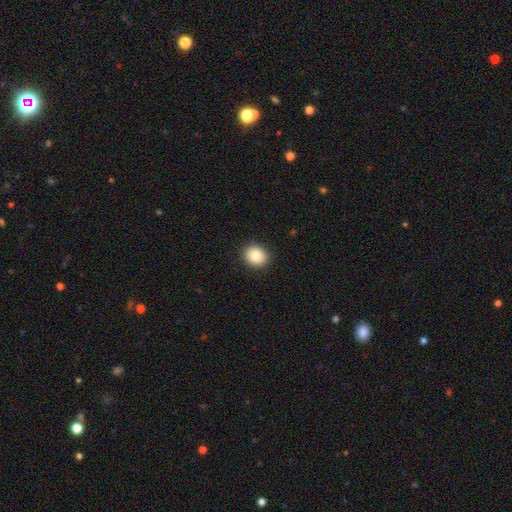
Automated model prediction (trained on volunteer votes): Smooth or featured?
  - smooth: 85% *
  - star or artifact: 8%
  - featured or disk: 6%
How rounded?
  - round: 67% *
  - in between: 32%
  - cigar-shaped: 1%
Merging?
  - none: 91% *
  - minor disturbance: 6%
  - major disturbance: 2%
  - merger: 1%